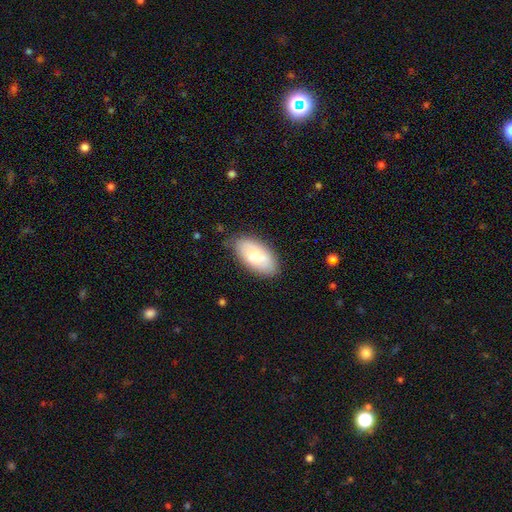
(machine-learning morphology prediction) Q: Smooth or featured?
A: smooth (77%); runner-up: featured or disk (17%)
Q: How rounded?
A: in between (94%); runner-up: cigar-shaped (4%)
Q: Merging?
A: none (77%); runner-up: minor disturbance (17%)